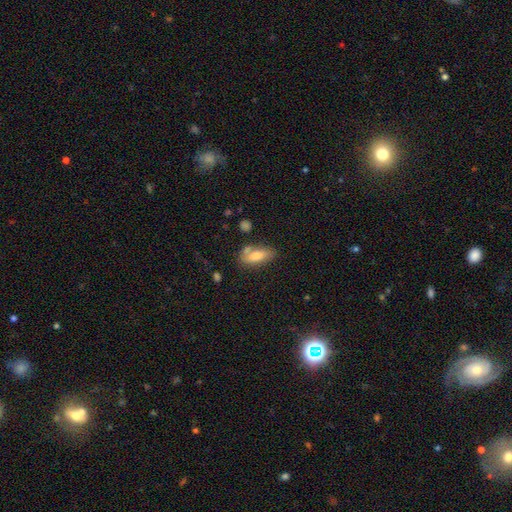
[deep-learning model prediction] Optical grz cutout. It shows a smooth galaxy with no disk features (74%) that is in between round and cigar-shaped (77%). Merging: none (62%).